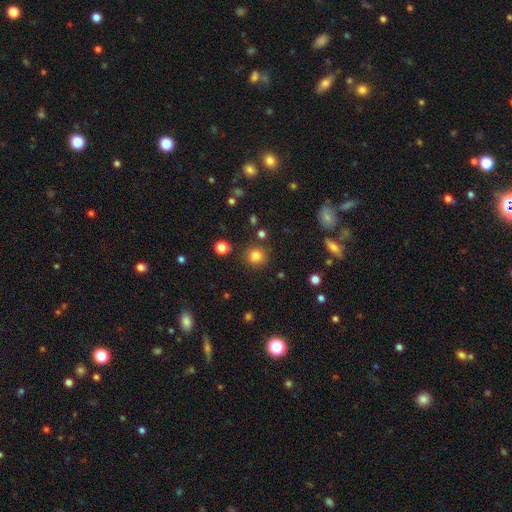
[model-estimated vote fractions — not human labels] Q: Smooth or featured?
A: smooth (81%); runner-up: star or artifact (13%)
Q: How rounded?
A: round (90%); runner-up: in between (9%)
Q: Merging?
A: none (85%); runner-up: minor disturbance (9%)